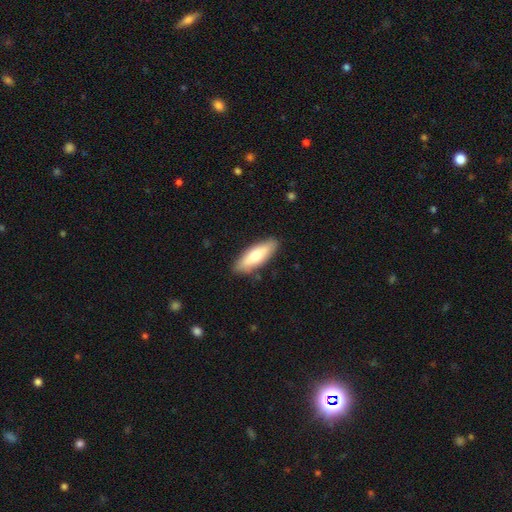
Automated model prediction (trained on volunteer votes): smooth-or-featured: smooth: 71% | featured or disk: 23% | star or artifact: 5%
  how-rounded: in between: 62% | cigar-shaped: 36% | round: 2%
  merging: none: 86% | minor disturbance: 11% | major disturbance: 2% | merger: 1%